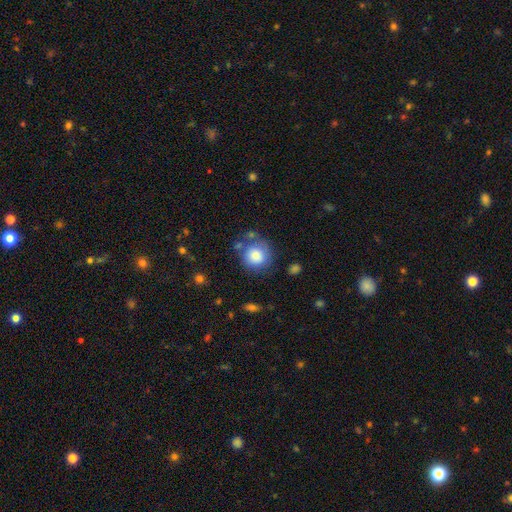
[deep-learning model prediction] Overall: smooth (81%). How rounded: round (89%). Merging: none (65%).